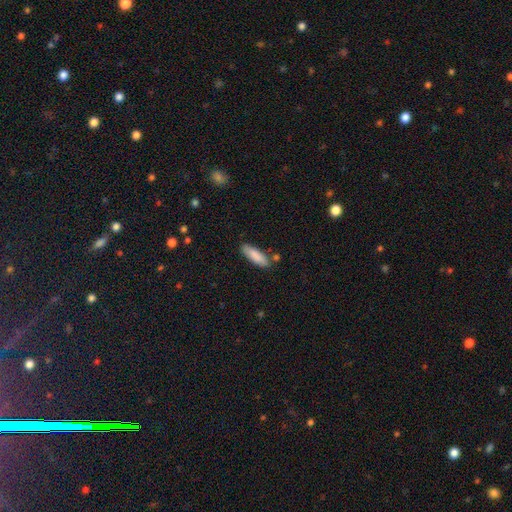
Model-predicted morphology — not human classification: This is clearly a smooth galaxy (86%). How rounded: possibly cigar-shaped (50%). Merging: likely none (80%).